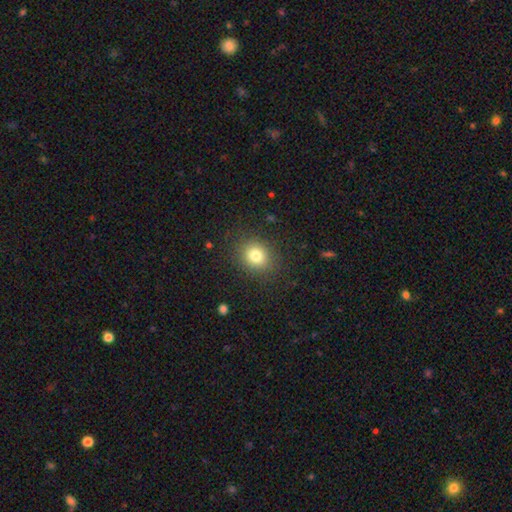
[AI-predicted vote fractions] This appears to be a smooth galaxy with no disk features (79%) that is round (69%). Merging: none (86%).